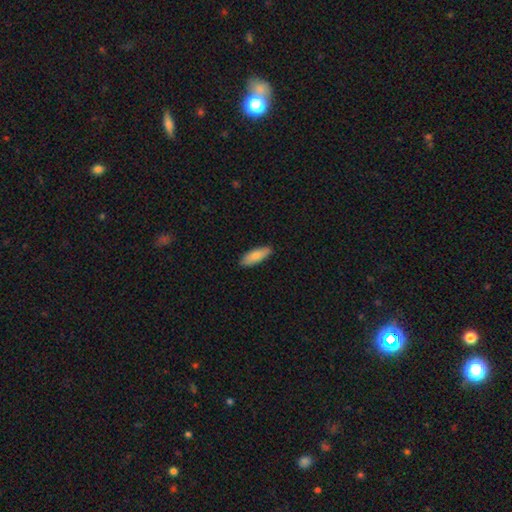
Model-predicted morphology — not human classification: The model was most divided on "how rounded": in between: 63%, cigar-shaped: 35%, round: 2%. More confident: merging — none (88%); smooth or featured — smooth (84%).